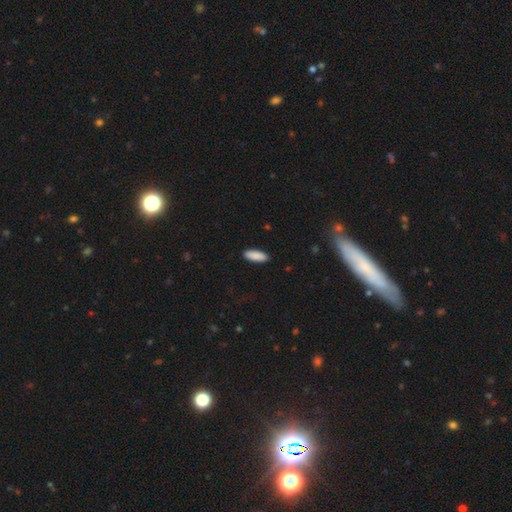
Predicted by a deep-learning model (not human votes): Smooth or featured?
  - smooth: 90% *
  - star or artifact: 6%
  - featured or disk: 4%
How rounded?
  - in between: 72% *
  - cigar-shaped: 27%
  - round: 2%
Merging?
  - none: 89% *
  - minor disturbance: 8%
  - major disturbance: 2%
  - merger: 1%